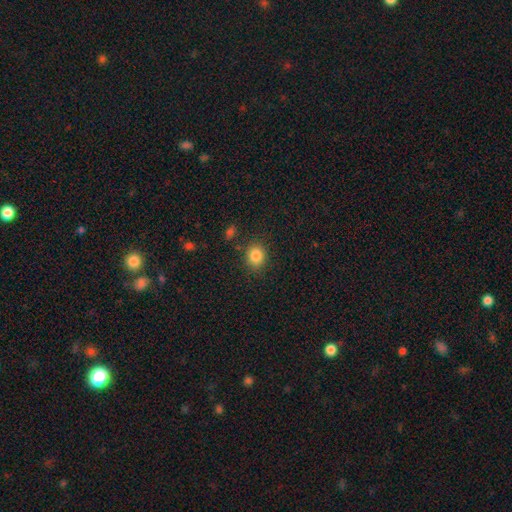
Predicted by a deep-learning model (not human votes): smooth 84%, star or artifact 10%, featured or disk 5%. Down the decision tree: how rounded — round (67%); merging — none (85%).